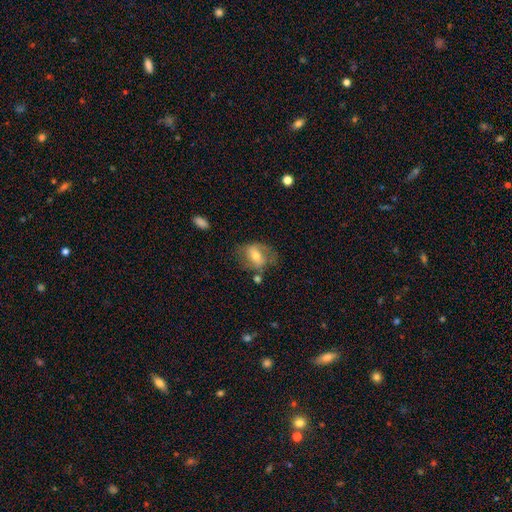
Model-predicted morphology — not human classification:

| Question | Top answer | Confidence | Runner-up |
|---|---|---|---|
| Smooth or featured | featured or disk | 51% | smooth (41%) |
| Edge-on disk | no | 92% | yes (8%) |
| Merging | none | 57% | minor disturbance (23%) |